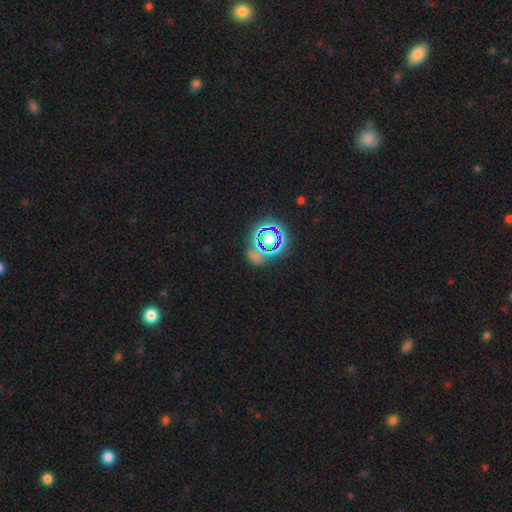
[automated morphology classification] type=star or artifact (62%).